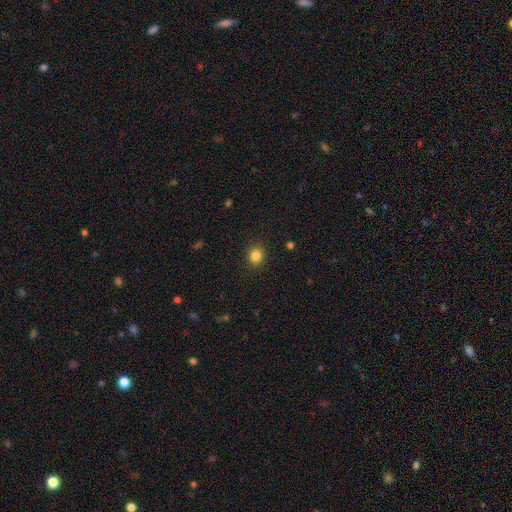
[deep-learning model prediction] A smooth galaxy with no disk features (84%) that is round (79%).

Vote fractions:
- Smooth or featured? smooth: 84% / star or artifact: 12% / featured or disk: 4%
- How rounded? round: 79% / in between: 20% / cigar-shaped: 1%
- Merging? none: 90% / minor disturbance: 6% / major disturbance: 2% / merger: 1%